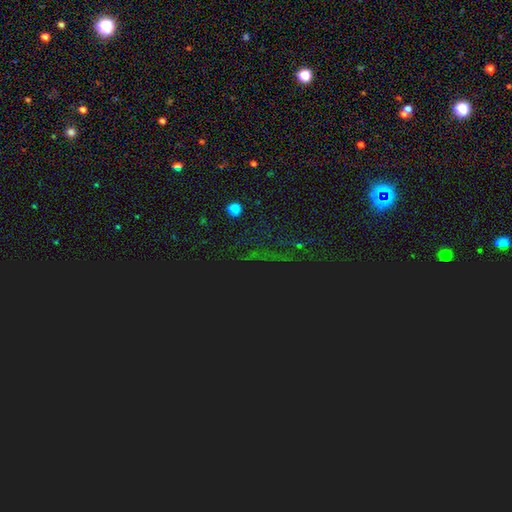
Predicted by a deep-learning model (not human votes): Smooth or featured?
  - star or artifact: 80% *
  - smooth: 13%
  - featured or disk: 8%